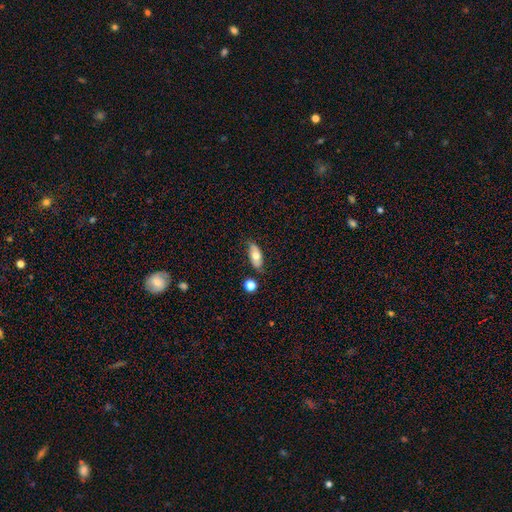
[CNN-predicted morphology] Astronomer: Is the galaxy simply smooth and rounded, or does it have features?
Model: smooth — 63%.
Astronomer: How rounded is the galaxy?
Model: in between — 85%.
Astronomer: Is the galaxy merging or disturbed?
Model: none — 73%.